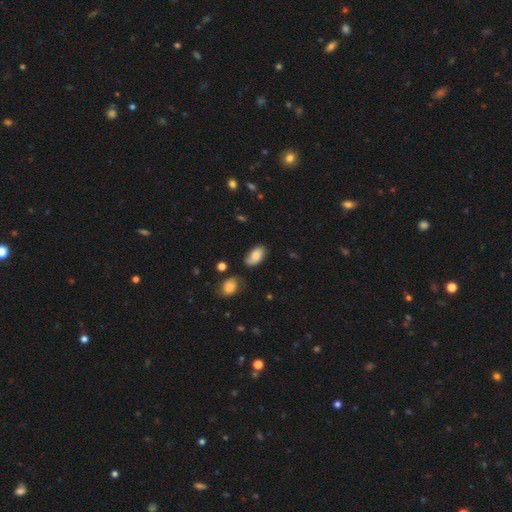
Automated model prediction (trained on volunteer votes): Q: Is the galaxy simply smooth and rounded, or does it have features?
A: smooth — 78%.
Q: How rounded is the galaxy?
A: in between — 94%.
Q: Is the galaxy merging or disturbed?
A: none — 60%.